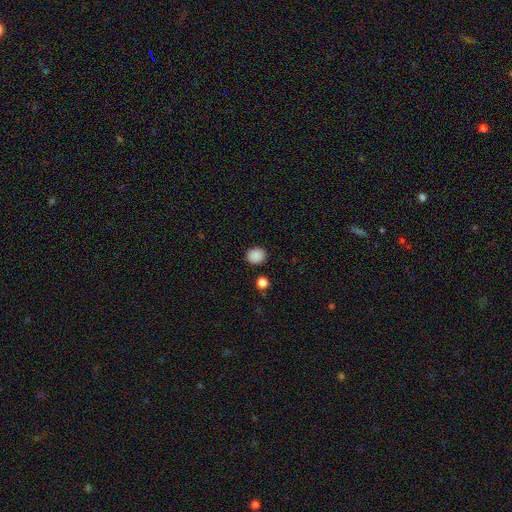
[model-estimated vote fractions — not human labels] smooth-or-featured: smooth: 88% | star or artifact: 10% | featured or disk: 3%
  how-rounded: round: 73% | in between: 26% | cigar-shaped: 1%
  merging: none: 88% | minor disturbance: 7% | merger: 2% | major disturbance: 2%